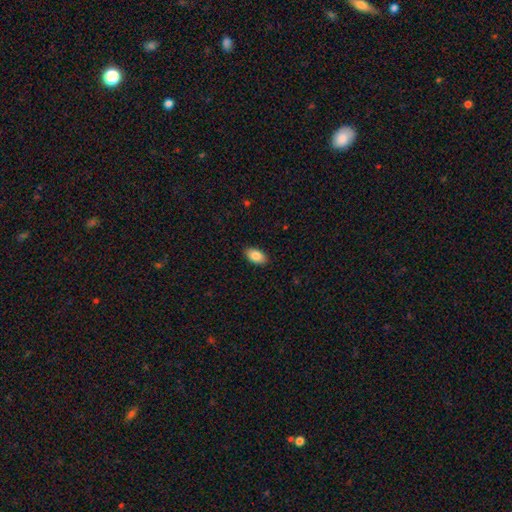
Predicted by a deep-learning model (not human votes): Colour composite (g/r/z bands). It shows a smooth galaxy with no disk features (86%) that is in between round and cigar-shaped (94%). Merging: none (89%).